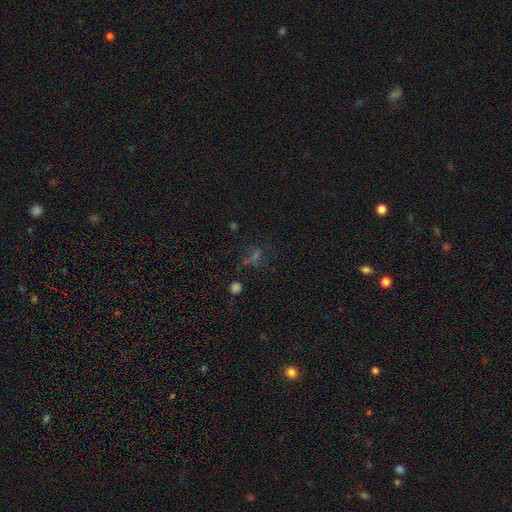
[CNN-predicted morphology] Q: Smooth or featured?
A: star or artifact (47%); runner-up: smooth (34%)